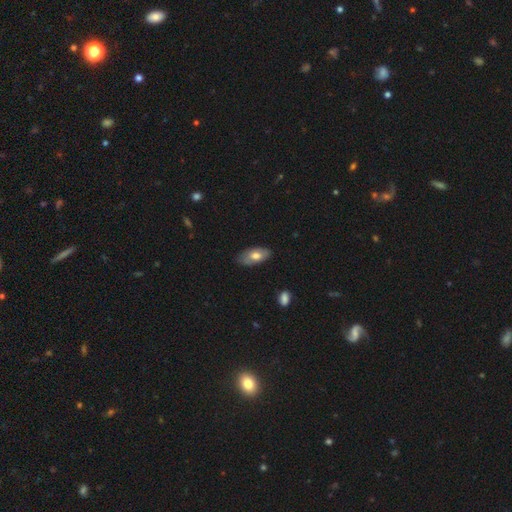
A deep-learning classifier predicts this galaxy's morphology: A smooth galaxy with no disk features (66%) that is in between round and cigar-shaped (91%). Merging: none (77%).